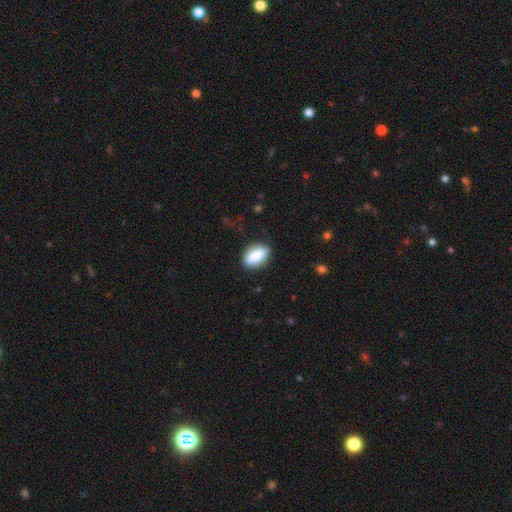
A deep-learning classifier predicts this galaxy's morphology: A smooth galaxy with no disk features (85%) that is in between round and cigar-shaped (83%). Merging: none (84%).